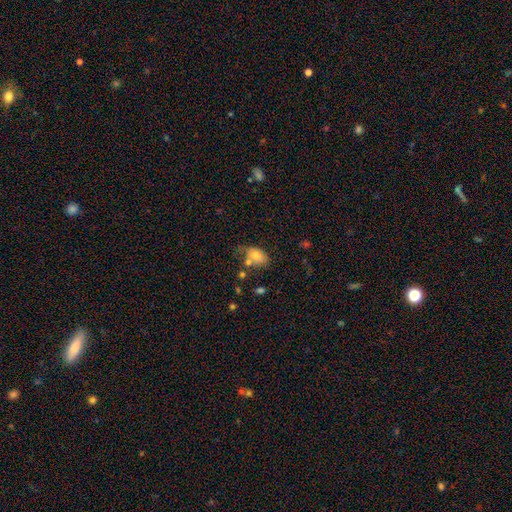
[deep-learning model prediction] The model was most divided on "merging": none: 45%, minor disturbance: 24%, merger: 21%, major disturbance: 9%. More confident: how rounded — in between (82%); smooth or featured — smooth (73%).